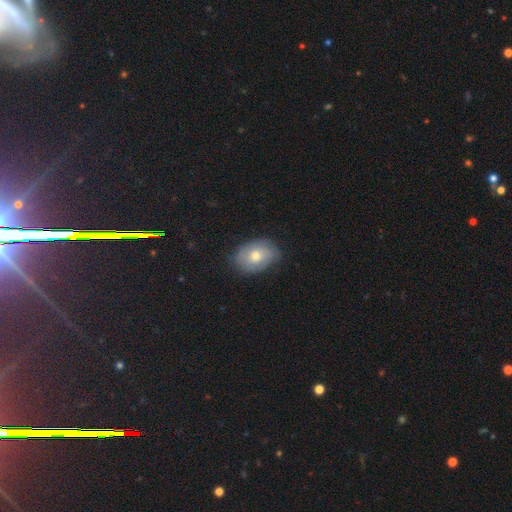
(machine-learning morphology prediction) smooth-or-featured: smooth: 64% | featured or disk: 29% | star or artifact: 7%
  how-rounded: in between: 77% | round: 22% | cigar-shaped: 1%
  merging: none: 76% | minor disturbance: 19% | major disturbance: 4% | merger: 1%